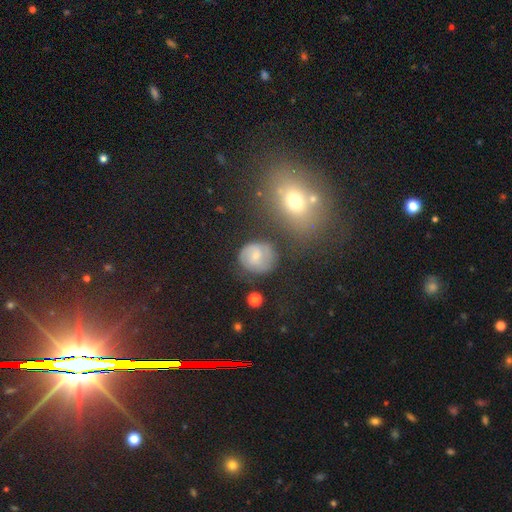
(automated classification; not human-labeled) smooth-or-featured: featured or disk: 46% | smooth: 44% | star or artifact: 10%
  merging: none: 66% | minor disturbance: 20% | major disturbance: 8% | merger: 6%